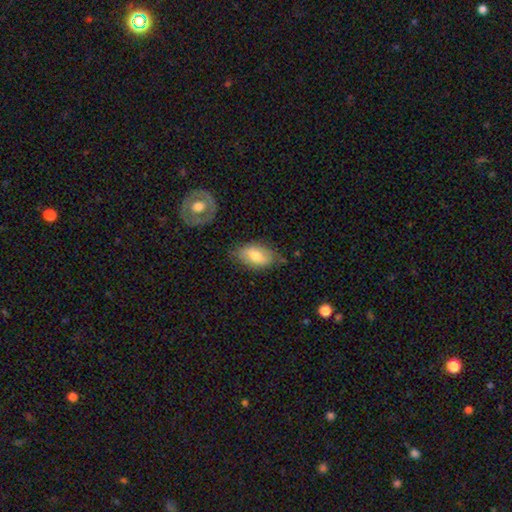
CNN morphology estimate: A smooth galaxy with no disk features (67%) that is in between round and cigar-shaped (91%). Merging: none (68%).